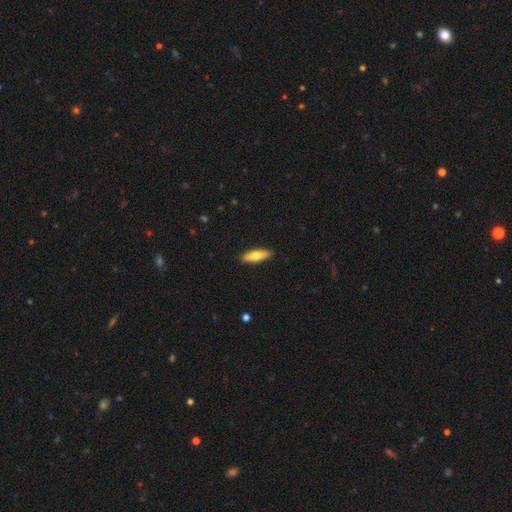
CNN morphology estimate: This appears to be a smooth galaxy with no disk features (66%) that is in between round and cigar-shaped (51%). Merging: none (90%).